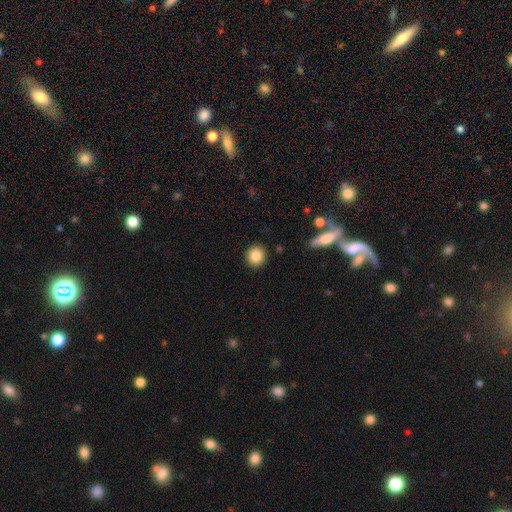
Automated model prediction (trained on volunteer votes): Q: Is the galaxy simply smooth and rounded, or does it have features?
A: smooth — 85%.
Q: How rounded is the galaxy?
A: round — 89%.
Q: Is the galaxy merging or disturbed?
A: none — 90%.